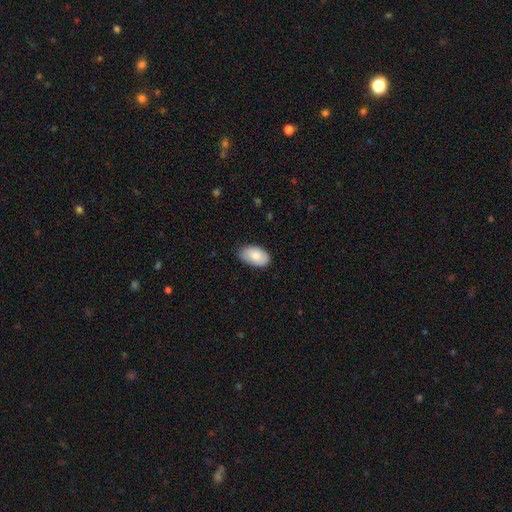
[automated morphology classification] A smooth galaxy with no disk features (83%) that is in between round and cigar-shaped (94%).

Vote fractions:
- Smooth or featured? smooth: 83% / featured or disk: 11% / star or artifact: 6%
- How rounded? in between: 94% / round: 5% / cigar-shaped: 1%
- Merging? none: 79% / minor disturbance: 18% / major disturbance: 3% / merger: 1%